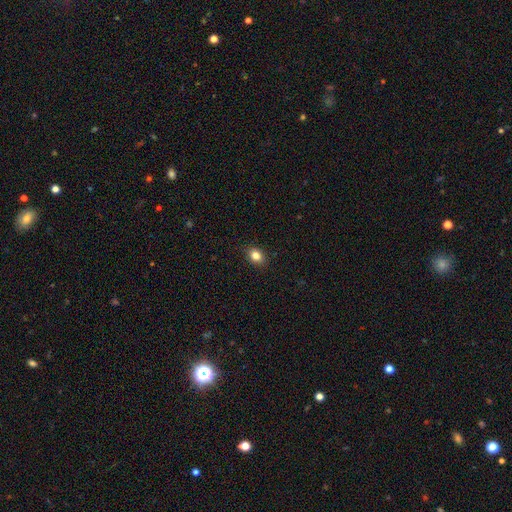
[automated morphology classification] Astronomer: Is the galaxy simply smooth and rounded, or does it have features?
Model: smooth — 83%.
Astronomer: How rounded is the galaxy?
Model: in between — 58% (runner-up: round, 41%).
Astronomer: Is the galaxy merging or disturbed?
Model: none — 89%.